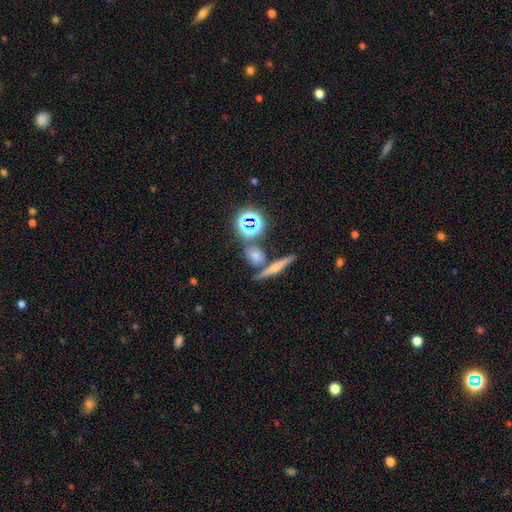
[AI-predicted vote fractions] Smooth or featured?
  - smooth: 56% *
  - featured or disk: 24%
  - star or artifact: 21%
How rounded?
  - round: 51% *
  - in between: 32%
  - cigar-shaped: 16%
Merging?
  - none: 69% *
  - merger: 18%
  - minor disturbance: 10%
  - major disturbance: 4%